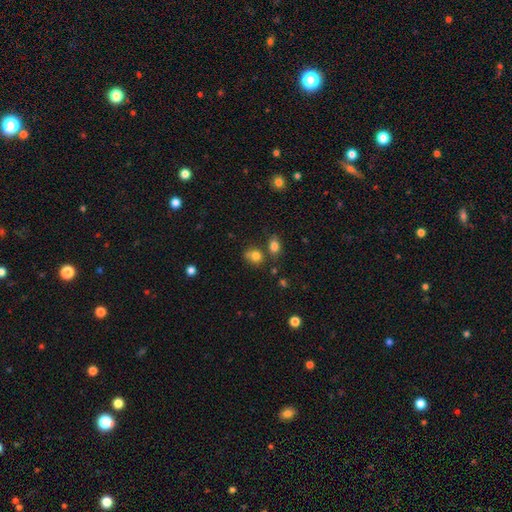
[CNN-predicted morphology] A smooth galaxy with no disk features (78%) that is round (68%). Merging: none (56%).